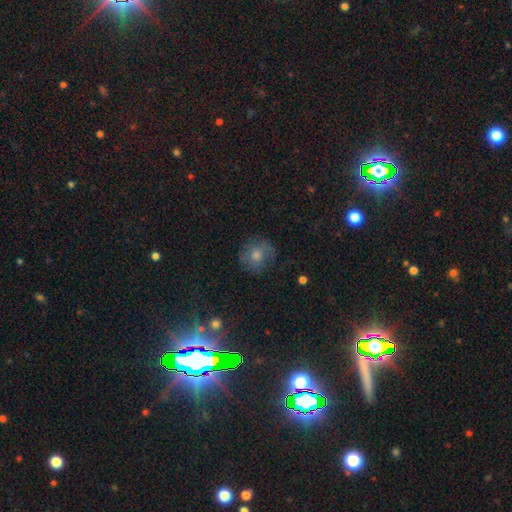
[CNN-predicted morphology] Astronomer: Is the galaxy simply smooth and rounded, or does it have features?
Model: smooth — 52%.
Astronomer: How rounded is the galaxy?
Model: round — 87%.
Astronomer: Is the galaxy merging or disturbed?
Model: none — 76%.